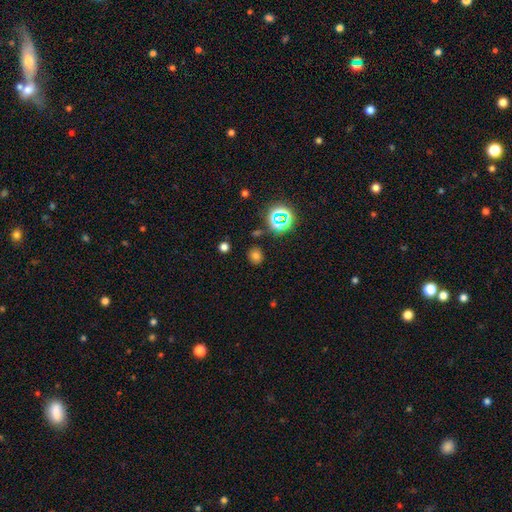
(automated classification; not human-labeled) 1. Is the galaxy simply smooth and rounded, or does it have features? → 69% smooth, 24% star or artifact, 7% featured or disk.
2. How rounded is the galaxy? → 72% round, 27% in between, 1% cigar-shaped.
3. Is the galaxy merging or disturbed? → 84% none, 10% minor disturbance, 3% merger, 3% major disturbance.